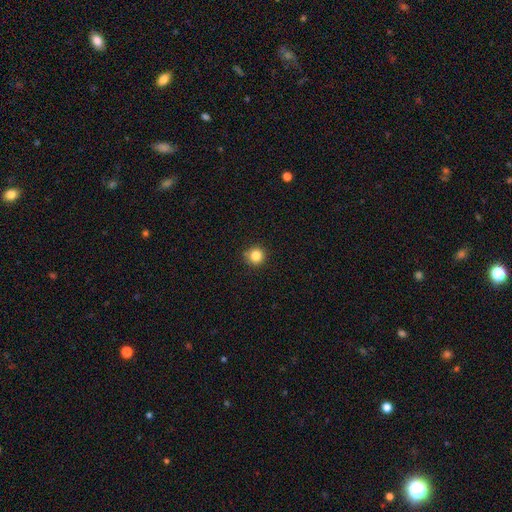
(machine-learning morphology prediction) smooth 84%, star or artifact 11%, featured or disk 4%. Down the decision tree: how rounded — round (95%); merging — none (88%).